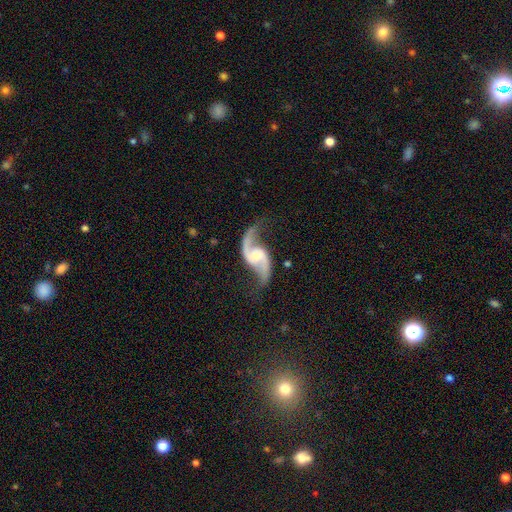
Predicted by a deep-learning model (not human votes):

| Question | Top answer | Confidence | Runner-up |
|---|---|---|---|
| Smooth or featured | featured or disk | 92% | star or artifact (4%) |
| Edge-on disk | no | 98% | yes (2%) |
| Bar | no | 46% | weak (41%) |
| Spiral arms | yes | 98% | no (2%) |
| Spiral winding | loose | 77% | medium (19%) |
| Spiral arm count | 2 | 94% | 1 (2%) |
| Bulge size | small | 44% | moderate (38%) |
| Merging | none | 73% | minor disturbance (15%) |